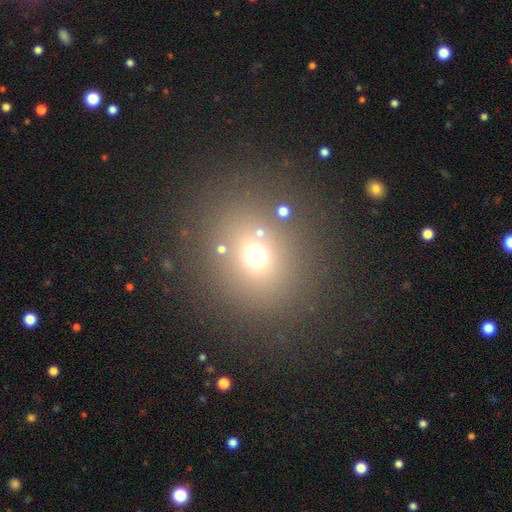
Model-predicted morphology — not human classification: smooth_or_featured: smooth (p=0.65) [alt: star or artifact p=0.25]
how_rounded: round (p=0.76) [alt: in between p=0.23]
merging: none (p=0.79) [alt: minor disturbance p=0.09]